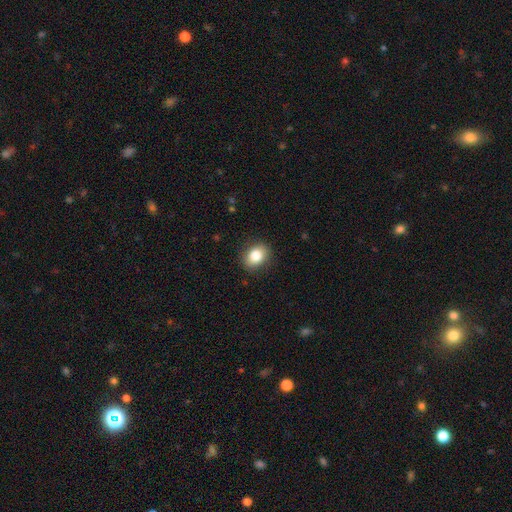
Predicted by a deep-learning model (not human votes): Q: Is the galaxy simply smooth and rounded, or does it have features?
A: smooth — 83%.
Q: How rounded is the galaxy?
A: in between — 58%.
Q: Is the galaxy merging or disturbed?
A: none — 87%.